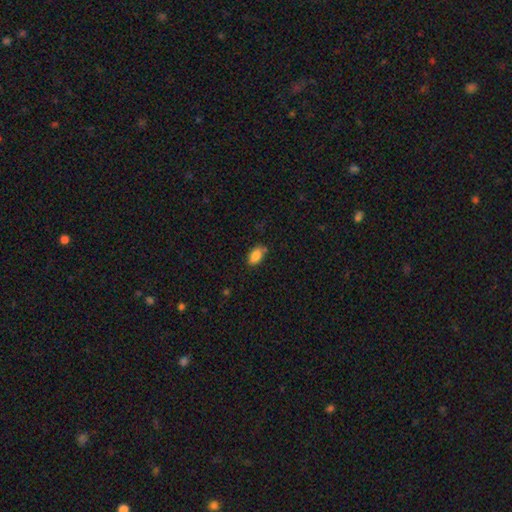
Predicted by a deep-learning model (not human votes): Smooth or featured? Predicted: smooth (p=0.86). How rounded? Predicted: in between (p=0.90). Merging? Predicted: none (p=0.72).